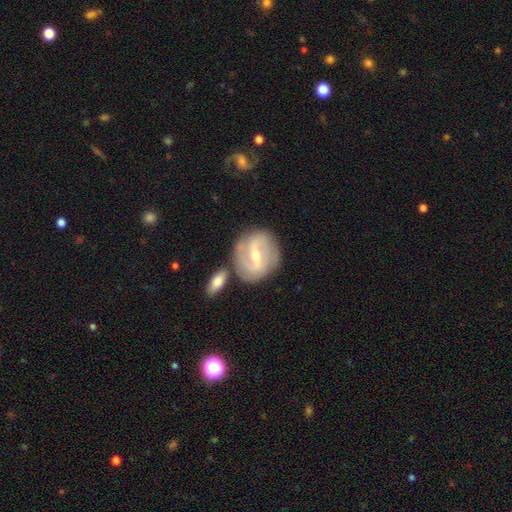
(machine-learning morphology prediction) The model was most divided on "bulge size": moderate: 51%, small: 46%, large: 2%, none: 1%, dominant: 1%. Remaining: edge-on disk — no (95%); spiral arms — yes (84%); smooth or featured — featured or disk (77%); spiral arm count — 2 (74%); merging — none (72%); bar — strong (46%); spiral winding — medium (40%).